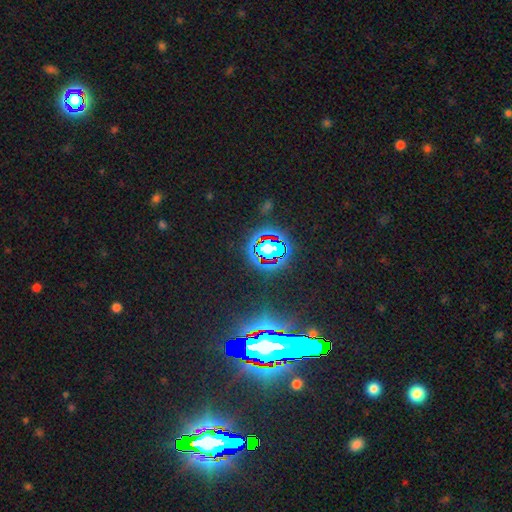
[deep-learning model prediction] A star or artifact, not a galaxy (79%).